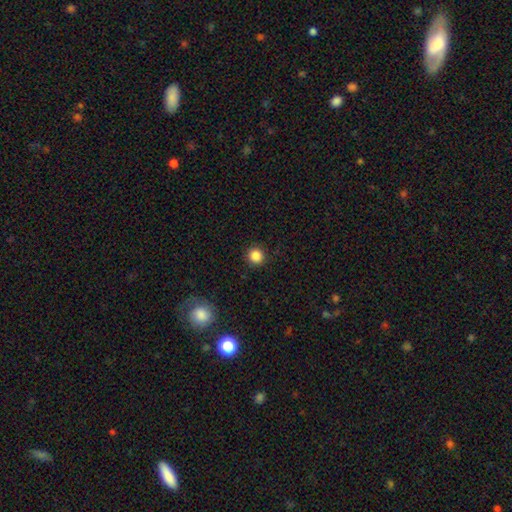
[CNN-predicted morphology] This is clearly a smooth galaxy (86%). How rounded: clearly round (94%). Merging: clearly none (92%).